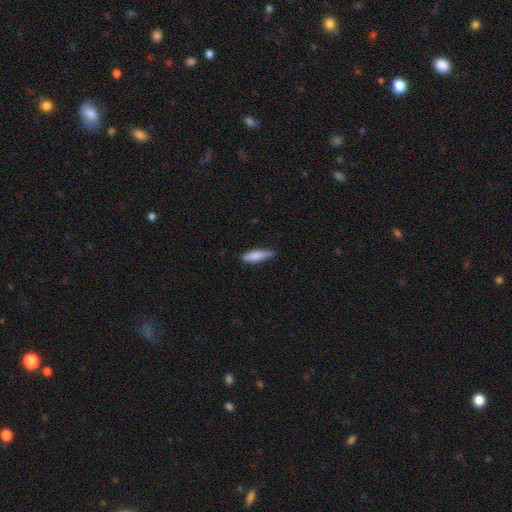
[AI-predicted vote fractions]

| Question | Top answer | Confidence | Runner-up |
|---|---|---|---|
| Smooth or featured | smooth | 82% | featured or disk (12%) |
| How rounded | cigar-shaped | 54% | in between (44%) |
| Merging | none | 66% | minor disturbance (28%) |